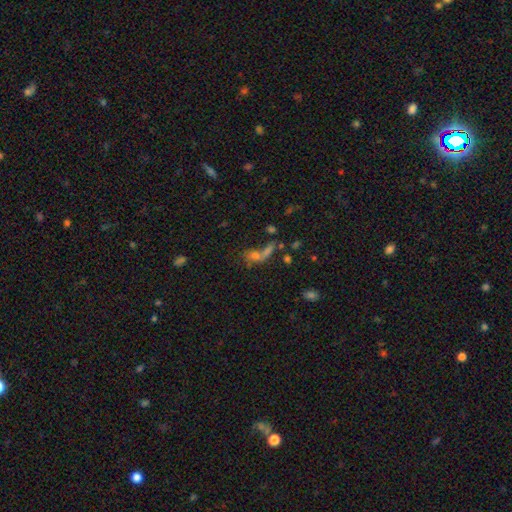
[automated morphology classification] This appears to be a smooth galaxy with no disk features (52%) that is in between round and cigar-shaped (60%). Merging: merger (40%).